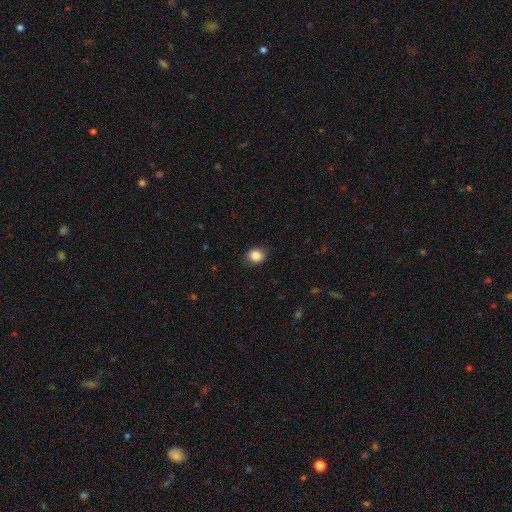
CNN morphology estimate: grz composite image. It shows a smooth galaxy with no disk features (86%) that is round (65%). Merging: none (83%).